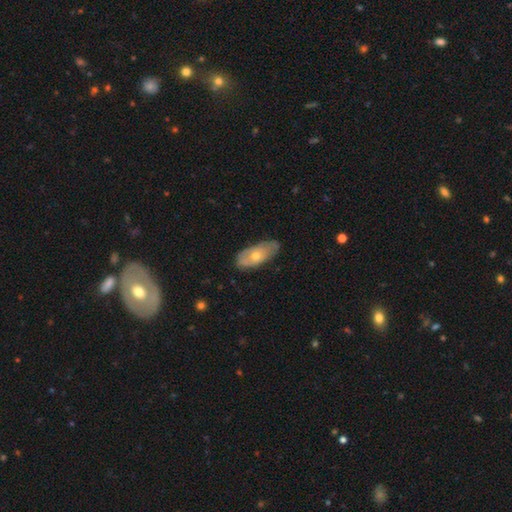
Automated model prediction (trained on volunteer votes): A featured or disk galaxy (48%). Merging: none (71%).